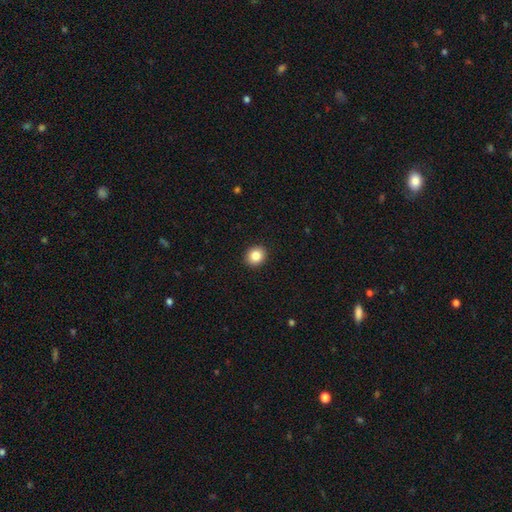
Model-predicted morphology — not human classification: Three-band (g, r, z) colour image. It shows a smooth galaxy with no disk features (85%) that is round (77%). Merging: none (92%).